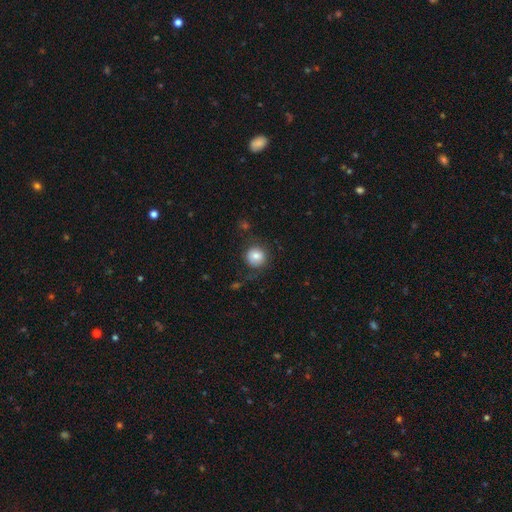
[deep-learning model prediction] Morphology: type=smooth (79%); roundness=round (92%); merging=none (74%).